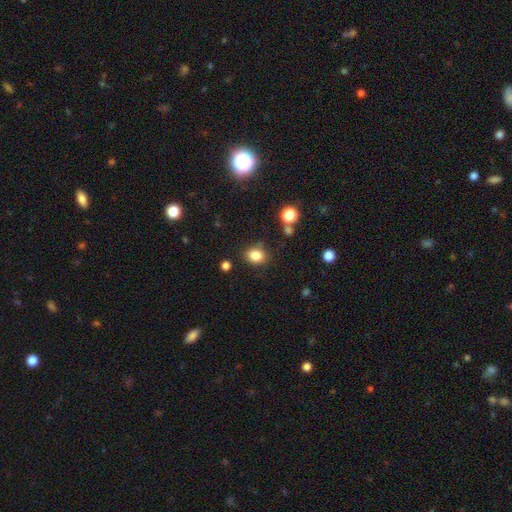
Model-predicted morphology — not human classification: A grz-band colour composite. It shows a smooth galaxy with no disk features (84%) that is in between round and cigar-shaped (51%). Merging: none (80%).